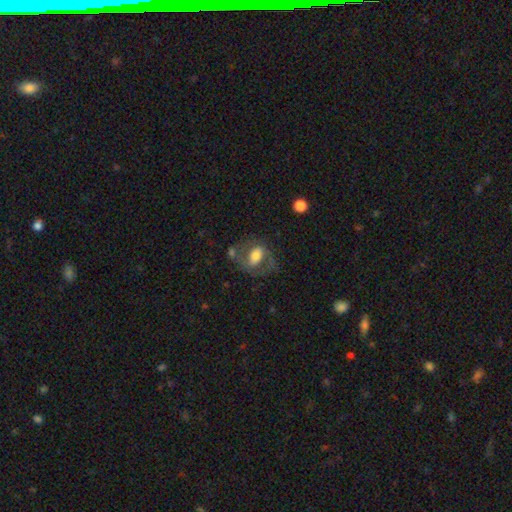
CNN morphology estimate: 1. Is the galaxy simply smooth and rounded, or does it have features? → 51% featured or disk, 41% smooth, 8% star or artifact.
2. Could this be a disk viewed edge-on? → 95% no, 5% yes.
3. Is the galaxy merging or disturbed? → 51% none, 22% major disturbance, 21% minor disturbance, 6% merger.